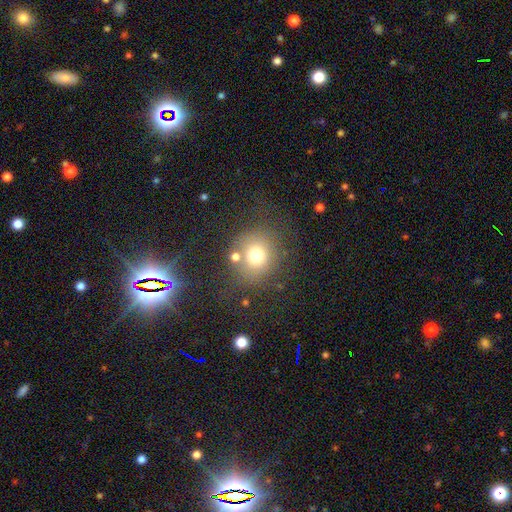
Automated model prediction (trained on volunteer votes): The model was most divided on "merging": none: 65%, minor disturbance: 13%, merger: 13%, major disturbance: 9%. More confident: how rounded — round (86%); smooth or featured — smooth (70%).